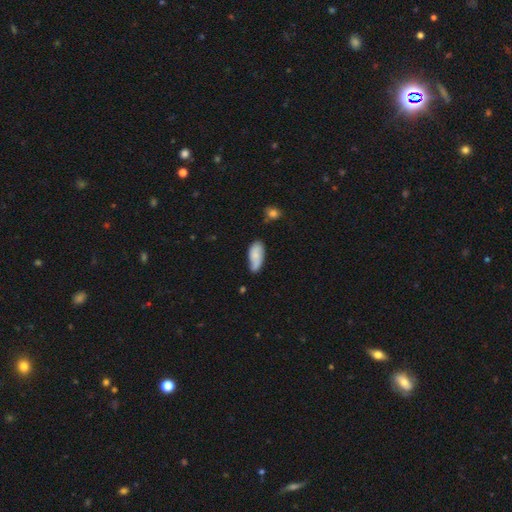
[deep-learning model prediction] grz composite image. It shows a smooth galaxy with no disk features (71%) that is in between round and cigar-shaped (85%). Merging: none (57%).